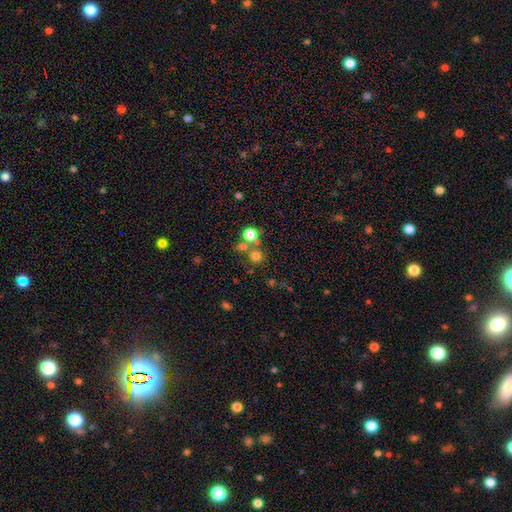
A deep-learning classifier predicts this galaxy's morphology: Smooth or featured: smooth — 69% (star or artifact — 21%)
How rounded: round — 90% (in between — 9%)
Merging: none — 63% (merger — 26%)